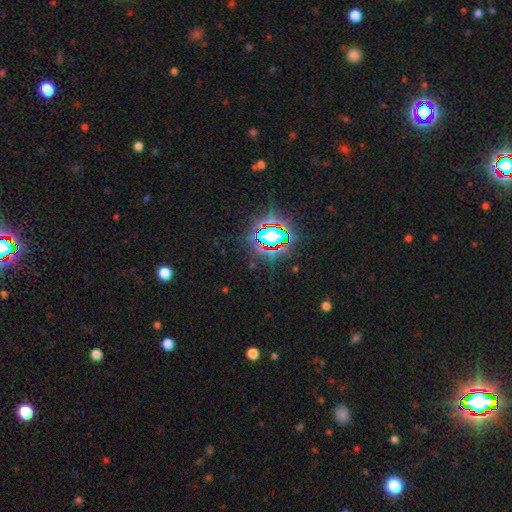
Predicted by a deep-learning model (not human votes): This appears to be a star or artifact, not a galaxy (83%).